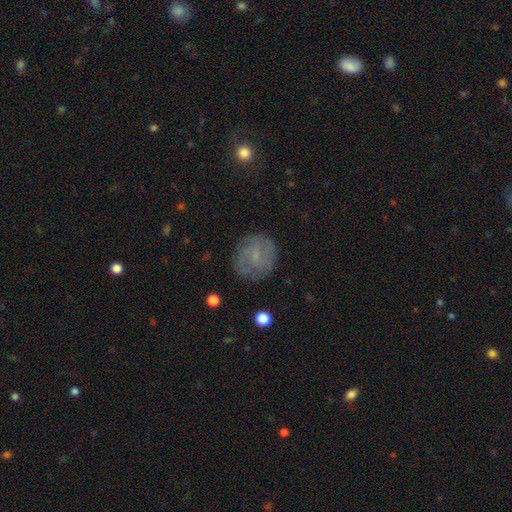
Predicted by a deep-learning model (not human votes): smooth 48%, featured or disk 42%, star or artifact 10%. Down the decision tree: merging — none (79%).